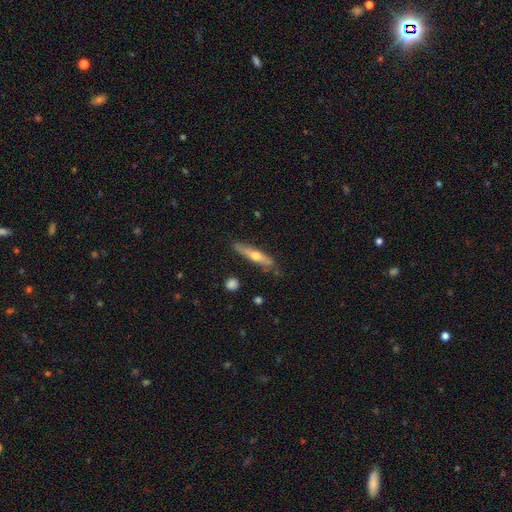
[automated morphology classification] smooth_or_featured: featured or disk (p=0.53) [alt: smooth p=0.41]
disk_edge_on: yes (p=0.89) [alt: no p=0.11]
merging: none (p=0.78) [alt: minor disturbance p=0.17]